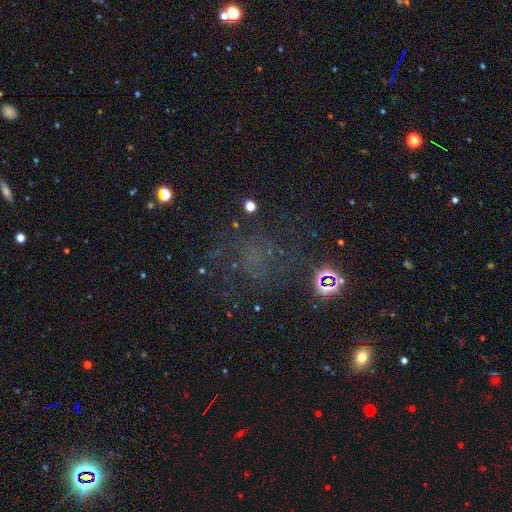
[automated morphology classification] type=star or artifact (46%).